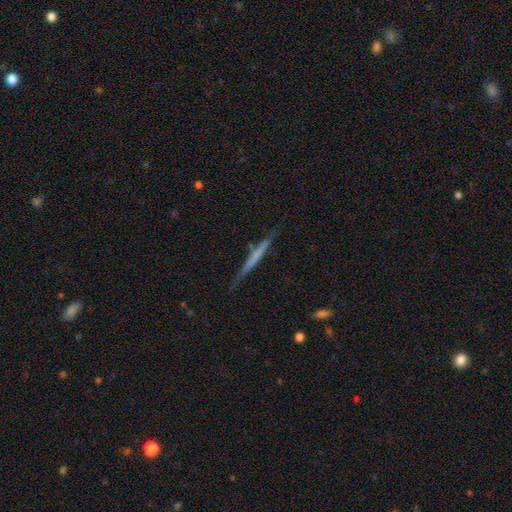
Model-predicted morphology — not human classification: Smooth or featured? featured or disk (50%)
Edge-on disk? yes (96%)
Merging? none (81%)